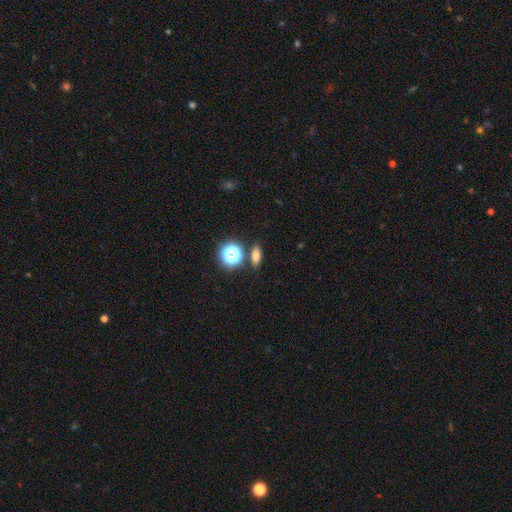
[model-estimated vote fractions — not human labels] Smooth or featured? Predicted: smooth (p=0.70). How rounded? Predicted: in between (p=0.63). Merging? Predicted: none (p=0.81).